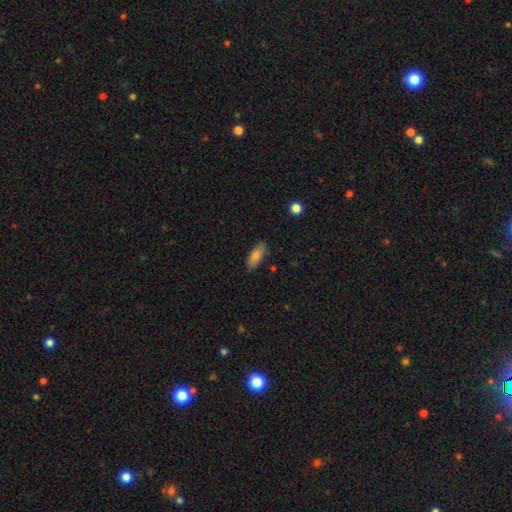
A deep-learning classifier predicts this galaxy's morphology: smooth_or_featured: smooth (p=0.78) [alt: featured or disk p=0.15]
how_rounded: in between (p=0.76) [alt: cigar-shaped p=0.21]
merging: none (p=0.82) [alt: minor disturbance p=0.14]